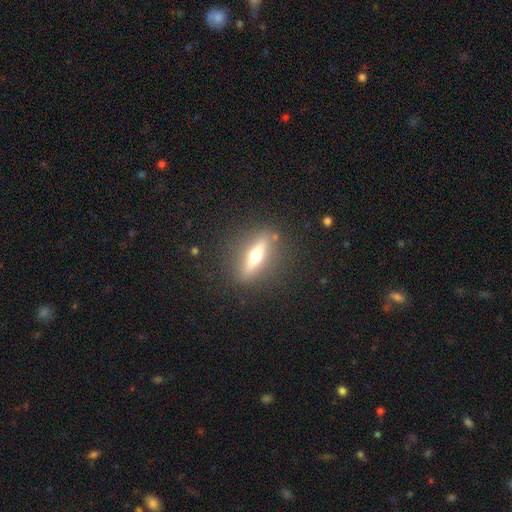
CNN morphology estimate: This appears to be a featured or disk galaxy (54%) viewed edge-on (84%). Merging: none (85%).